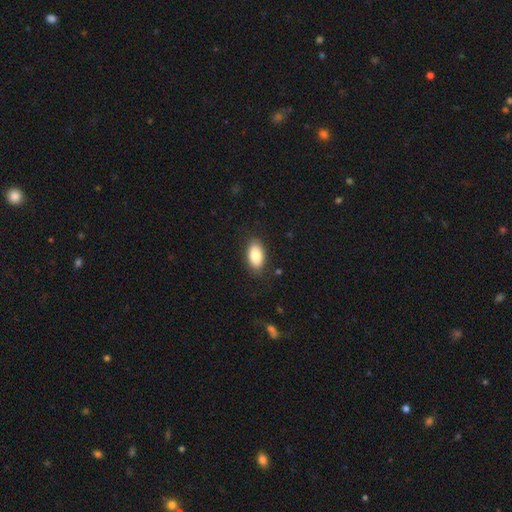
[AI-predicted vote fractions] Smooth or featured?
  - smooth: 81% *
  - featured or disk: 12%
  - star or artifact: 7%
How rounded?
  - in between: 93% *
  - round: 5%
  - cigar-shaped: 2%
Merging?
  - none: 85% *
  - minor disturbance: 11%
  - major disturbance: 3%
  - merger: 1%